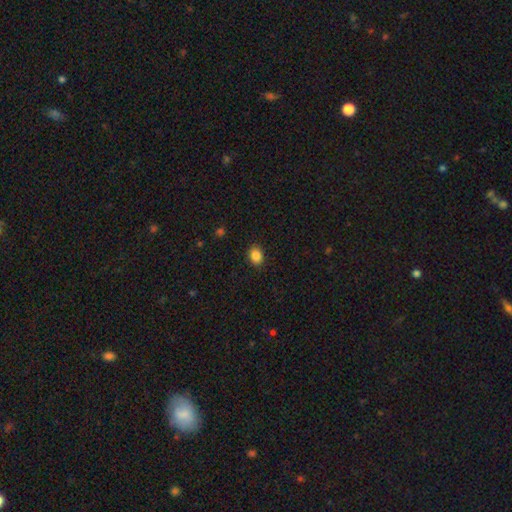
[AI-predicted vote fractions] Smooth or featured? Predicted: smooth (p=0.87). How rounded? Predicted: in between (p=0.59). Merging? Predicted: none (p=0.89).